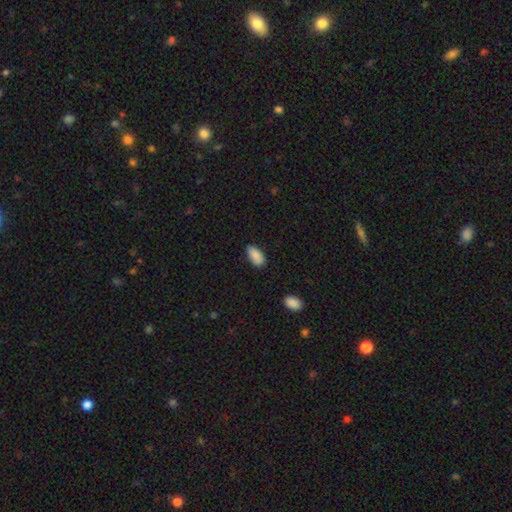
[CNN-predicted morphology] Smooth or featured? smooth (88%)
How rounded? in between (94%)
Merging? none (80%)